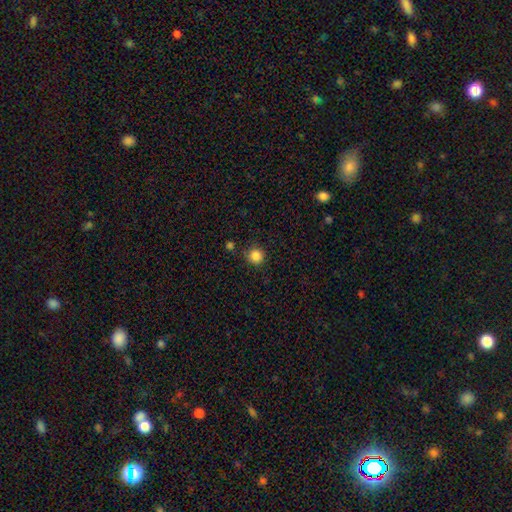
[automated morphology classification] Smooth or featured: smooth — 85% (star or artifact — 11%)
How rounded: round — 93% (in between — 6%)
Merging: none — 84% (minor disturbance — 10%)